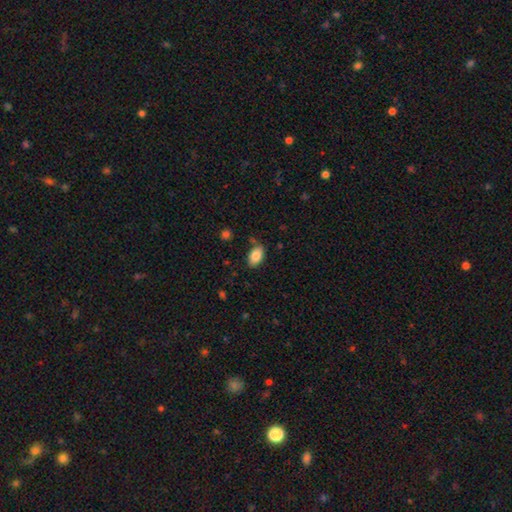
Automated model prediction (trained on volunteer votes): Smooth or featured?
  - smooth: 86% *
  - star or artifact: 7%
  - featured or disk: 7%
How rounded?
  - in between: 92% *
  - round: 6%
  - cigar-shaped: 2%
Merging?
  - none: 79% *
  - minor disturbance: 14%
  - merger: 3%
  - major disturbance: 3%